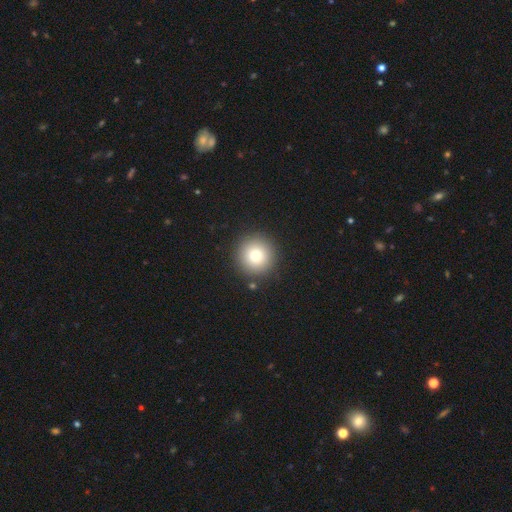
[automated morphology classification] Smooth or featured? smooth (78%)
How rounded? round (96%)
Merging? none (90%)